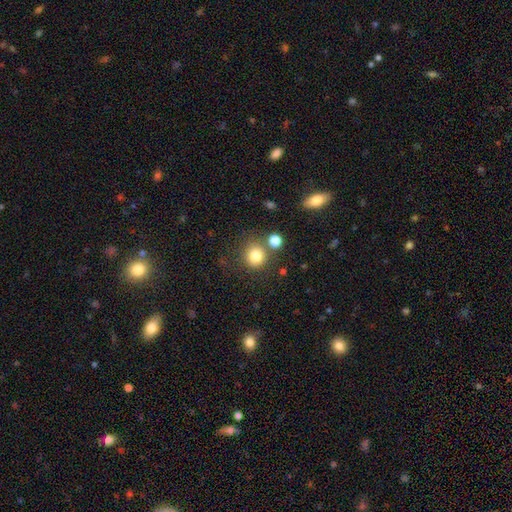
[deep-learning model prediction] This is clearly a smooth galaxy (81%). How rounded: clearly round (90%). Merging: likely none (74%).